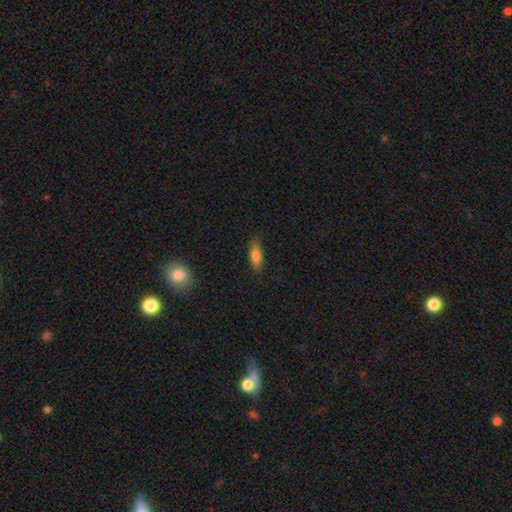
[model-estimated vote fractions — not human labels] smooth-or-featured: smooth: 81% | featured or disk: 12% | star or artifact: 7%
  how-rounded: in between: 62% | cigar-shaped: 36% | round: 2%
  merging: none: 85% | minor disturbance: 12% | major disturbance: 2% | merger: 1%